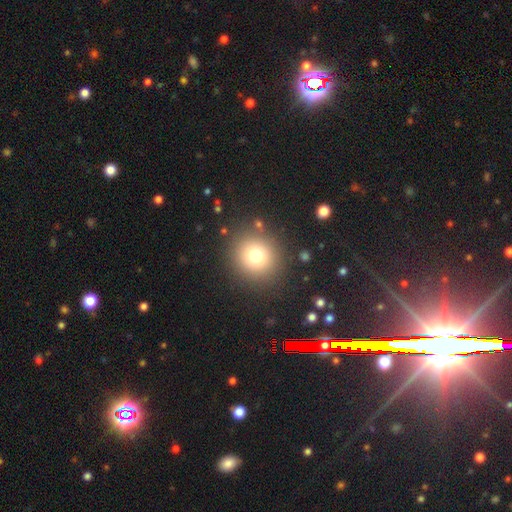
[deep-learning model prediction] smooth 75%, star or artifact 15%, featured or disk 10%. Down the decision tree: how rounded — round (91%); merging — none (87%).